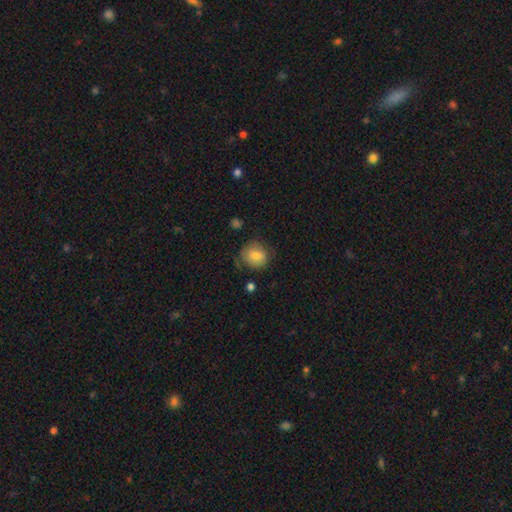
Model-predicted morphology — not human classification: This appears to be a smooth galaxy with no disk features (76%) that is round (80%). Merging: none (71%).